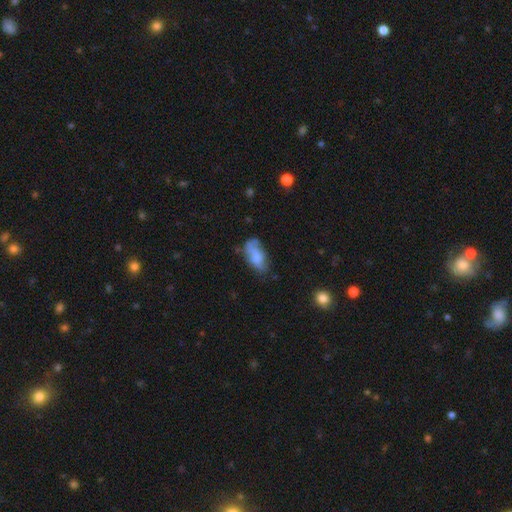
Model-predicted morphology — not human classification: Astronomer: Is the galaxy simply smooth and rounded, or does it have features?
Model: smooth — 60%.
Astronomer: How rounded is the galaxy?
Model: in between — 86%.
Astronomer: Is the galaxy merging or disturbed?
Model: none — 41% (runner-up: minor disturbance, 31%).